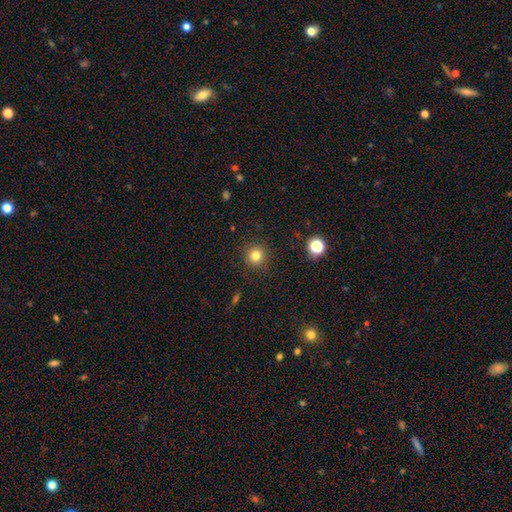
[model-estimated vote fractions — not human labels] Smooth or featured? smooth (81%)
How rounded? round (94%)
Merging? none (90%)